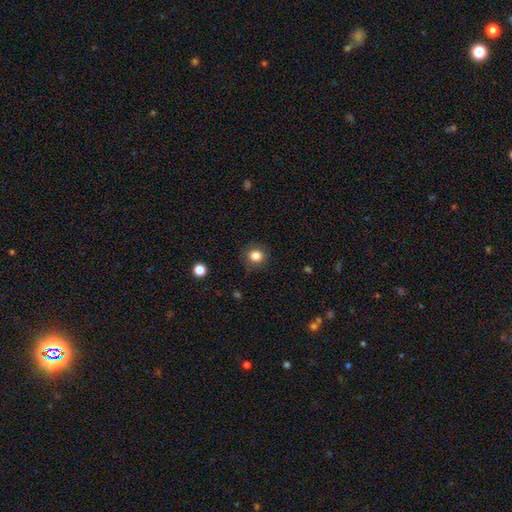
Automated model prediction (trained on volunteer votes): smooth_or_featured: smooth (p=0.84) [alt: star or artifact p=0.11]
how_rounded: round (p=0.85) [alt: in between p=0.14]
merging: none (p=0.85) [alt: minor disturbance p=0.11]